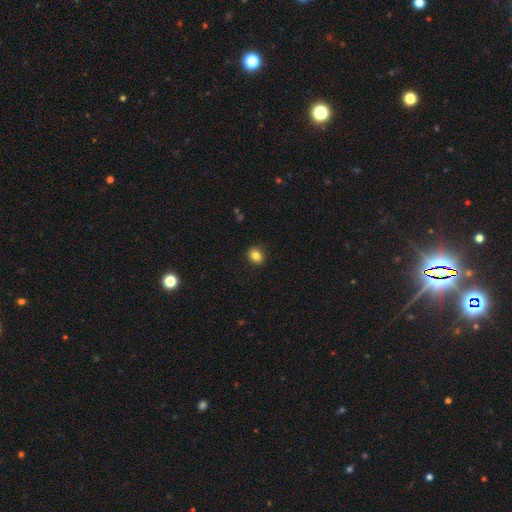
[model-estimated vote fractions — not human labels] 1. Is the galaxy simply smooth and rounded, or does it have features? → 85% smooth, 10% star or artifact, 5% featured or disk.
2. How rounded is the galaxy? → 60% round, 39% in between, 1% cigar-shaped.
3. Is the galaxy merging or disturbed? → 89% none, 8% minor disturbance, 2% major disturbance, 1% merger.